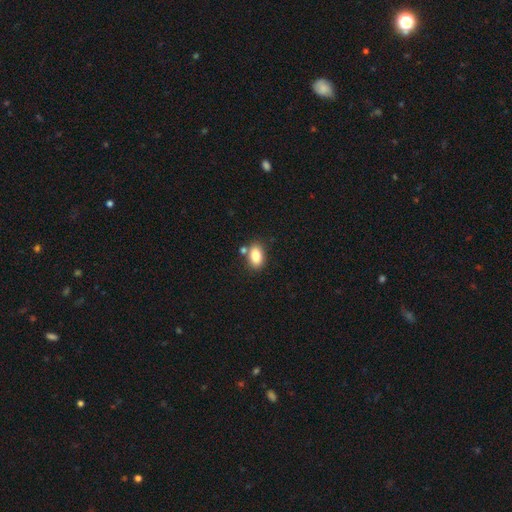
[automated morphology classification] smooth_or_featured: smooth (p=0.84) [alt: star or artifact p=0.08]
how_rounded: in between (p=0.87) [alt: round p=0.11]
merging: none (p=0.70) [alt: merger p=0.14]